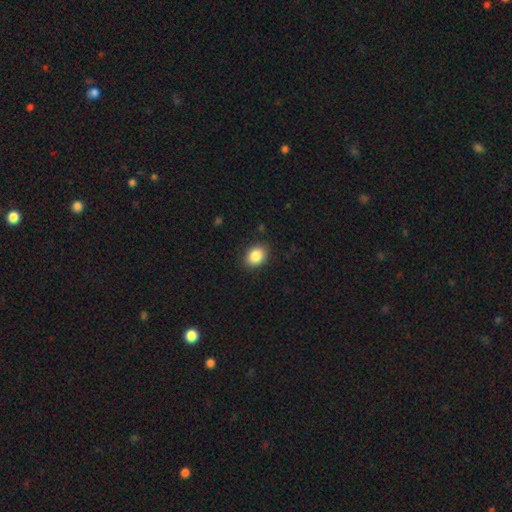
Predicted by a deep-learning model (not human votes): This appears to be a smooth galaxy with no disk features (87%) that is in between round and cigar-shaped (55%). Merging: none (87%).